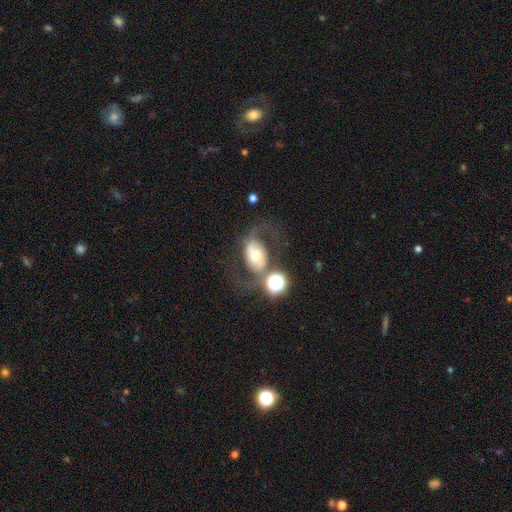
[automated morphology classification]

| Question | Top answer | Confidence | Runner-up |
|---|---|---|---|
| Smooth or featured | featured or disk | 56% | smooth (33%) |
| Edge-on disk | no | 94% | yes (6%) |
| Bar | no | 55% | weak (26%) |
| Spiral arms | yes | 68% | no (32%) |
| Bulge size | moderate | 64% | small (17%) |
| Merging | none | 48% | major disturbance (22%) |